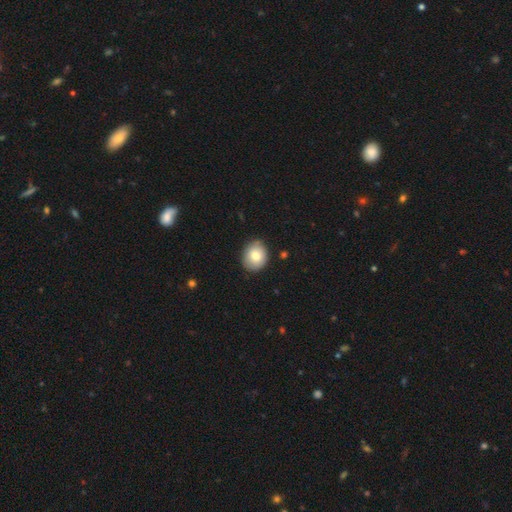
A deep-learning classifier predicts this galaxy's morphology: A smooth galaxy with no disk features (80%) that is round (61%).

Vote fractions:
- Smooth or featured? smooth: 80% / featured or disk: 13% / star or artifact: 8%
- How rounded? round: 61% / in between: 38% / cigar-shaped: 1%
- Merging? none: 84% / minor disturbance: 13% / major disturbance: 2% / merger: 1%